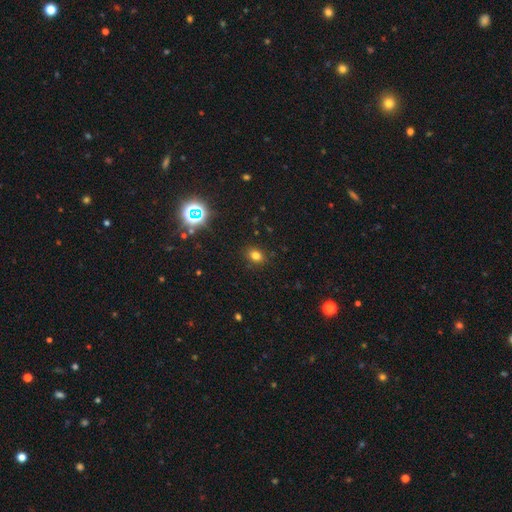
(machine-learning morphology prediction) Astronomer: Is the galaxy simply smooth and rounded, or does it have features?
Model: smooth — 76%.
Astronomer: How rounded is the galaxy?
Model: in between — 52% (runner-up: round, 47%).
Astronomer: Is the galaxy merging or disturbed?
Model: none — 88%.